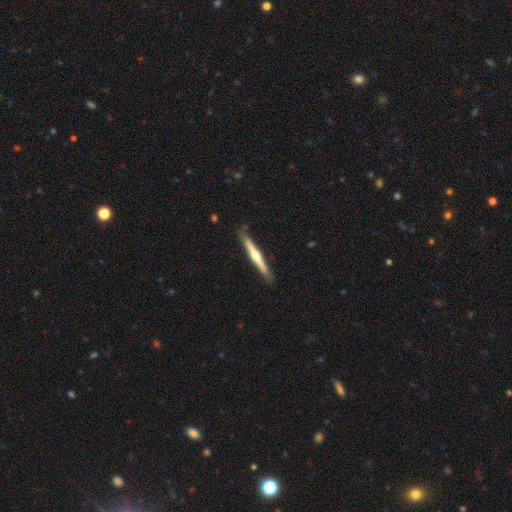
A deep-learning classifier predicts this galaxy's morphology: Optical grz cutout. It shows a featured or disk galaxy (62%) viewed edge-on (97%) with a rounded central bulge (81%). Merging: none (86%).